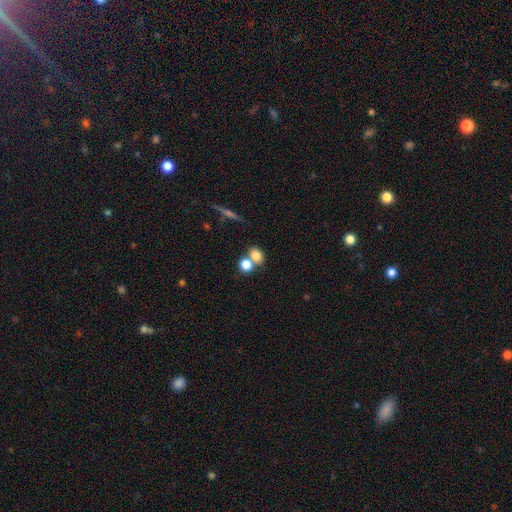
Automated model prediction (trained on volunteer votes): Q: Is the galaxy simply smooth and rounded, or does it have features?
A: smooth — 77%.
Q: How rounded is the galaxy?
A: in between — 53%.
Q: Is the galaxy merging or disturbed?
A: merger — 44%, tied with none.